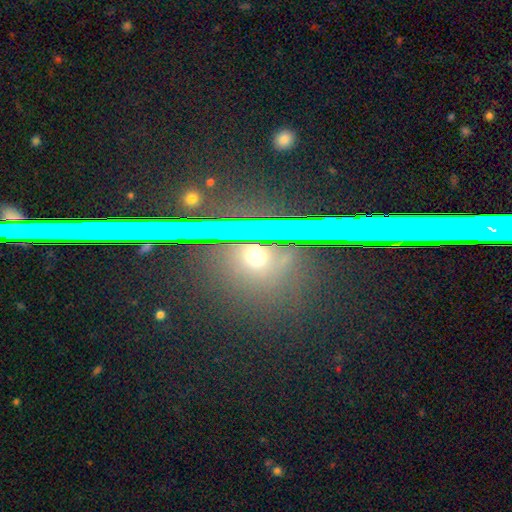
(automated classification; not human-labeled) smooth 51%, star or artifact 38%, featured or disk 11%. Down the decision tree: how rounded — round (70%); merging — none (81%).